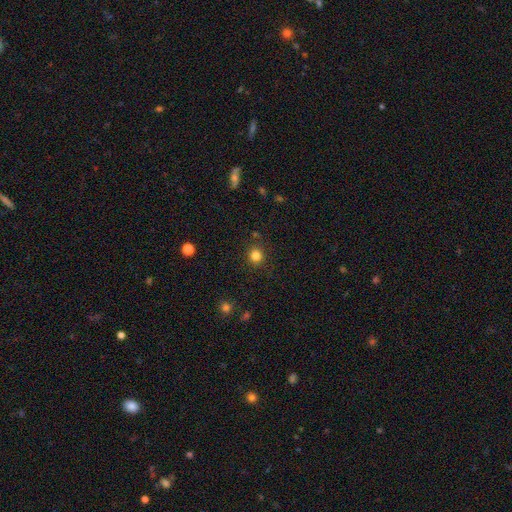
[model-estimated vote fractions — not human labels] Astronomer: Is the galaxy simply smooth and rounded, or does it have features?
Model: smooth — 82%.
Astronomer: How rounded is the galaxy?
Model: round — 89%.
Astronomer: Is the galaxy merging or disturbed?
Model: none — 88%.